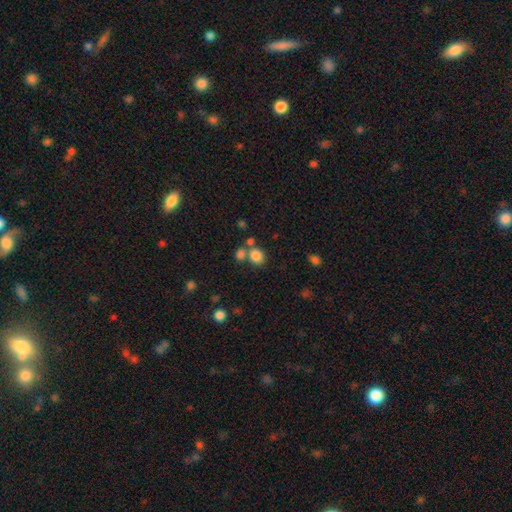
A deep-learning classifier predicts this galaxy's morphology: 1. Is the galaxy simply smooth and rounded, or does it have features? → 82% smooth, 12% star or artifact, 6% featured or disk.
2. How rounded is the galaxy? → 72% round, 27% in between, 1% cigar-shaped.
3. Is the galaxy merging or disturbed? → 58% none, 29% merger, 9% minor disturbance, 4% major disturbance.